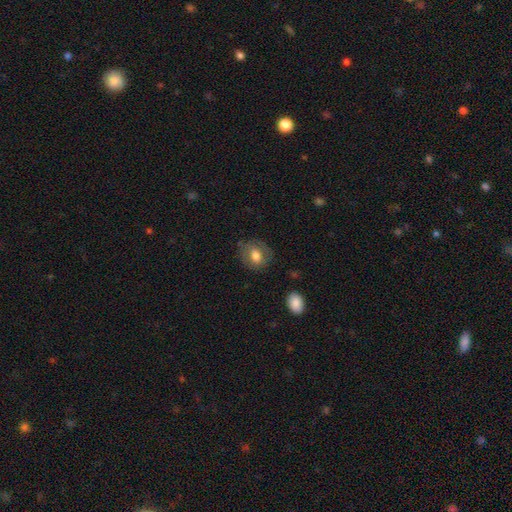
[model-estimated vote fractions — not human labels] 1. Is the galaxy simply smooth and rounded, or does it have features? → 68% smooth, 24% featured or disk, 8% star or artifact.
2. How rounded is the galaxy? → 50% round, 49% in between, 1% cigar-shaped.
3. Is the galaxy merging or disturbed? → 75% none, 17% minor disturbance, 7% major disturbance, 2% merger.